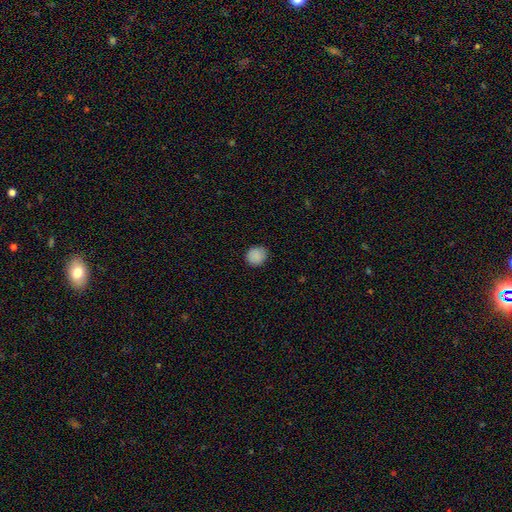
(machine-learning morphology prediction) Overall: smooth (88%). How rounded: round (83%). Merging: none (87%).